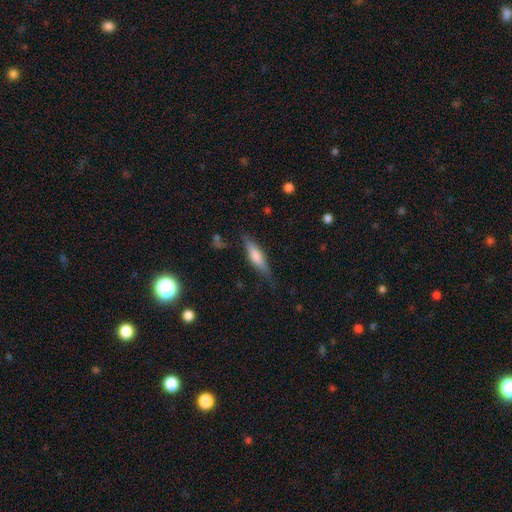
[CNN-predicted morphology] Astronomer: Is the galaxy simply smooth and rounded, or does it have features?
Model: smooth — 49% (runner-up: featured or disk, 43%).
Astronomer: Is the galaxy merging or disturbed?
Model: none — 72%.